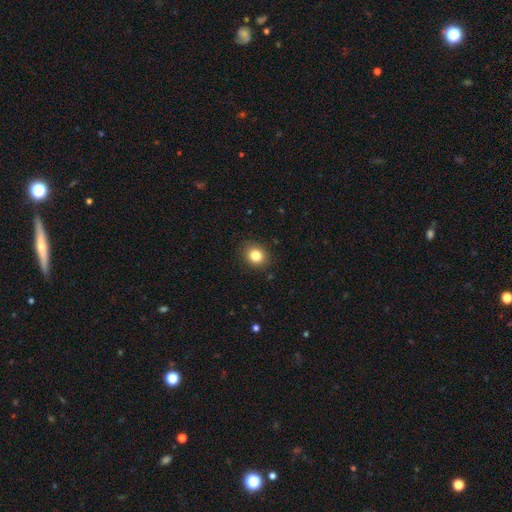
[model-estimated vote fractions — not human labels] A smooth galaxy with no disk features (83%) that is round (73%). Merging: none (88%).